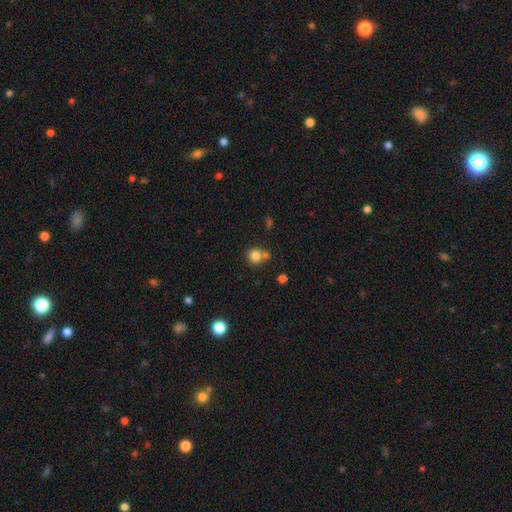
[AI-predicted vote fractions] Smooth or featured? Predicted: smooth (p=0.81). How rounded? Predicted: round (p=0.90). Merging? Predicted: none (p=0.60).